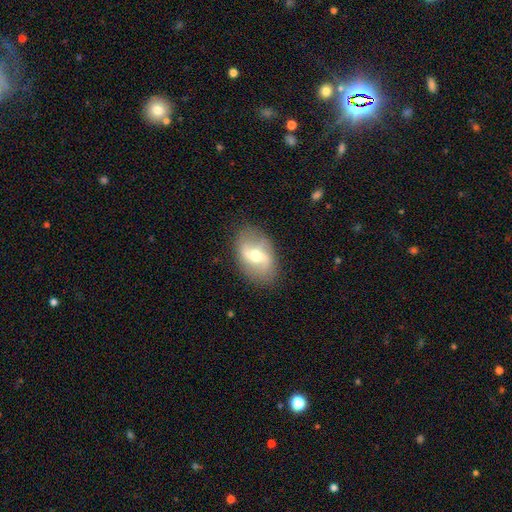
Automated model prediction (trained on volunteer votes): featured or disk 68%, smooth 25%, star or artifact 7%. Down the decision tree: edge-on disk — no (92%); bar — weak (43%); spiral arms — yes (68%); bulge size — moderate (66%); merging — none (80%).